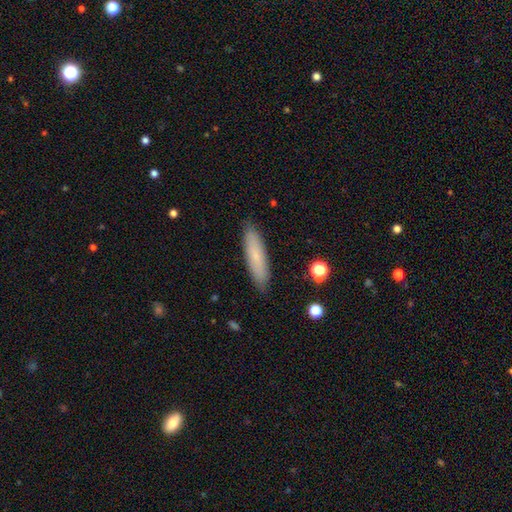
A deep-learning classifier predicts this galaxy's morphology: Smooth or featured? Predicted: smooth (p=0.74). How rounded? Predicted: cigar-shaped (p=0.75). Merging? Predicted: none (p=0.88).